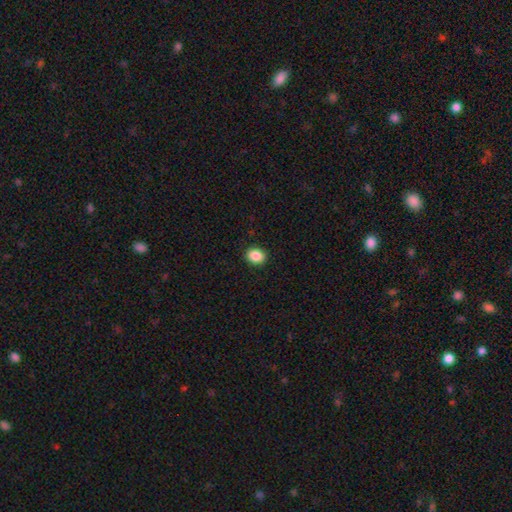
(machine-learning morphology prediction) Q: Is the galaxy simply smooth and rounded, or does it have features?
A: smooth — 88%.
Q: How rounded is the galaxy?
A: round — 56%.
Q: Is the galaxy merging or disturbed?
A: none — 91%.